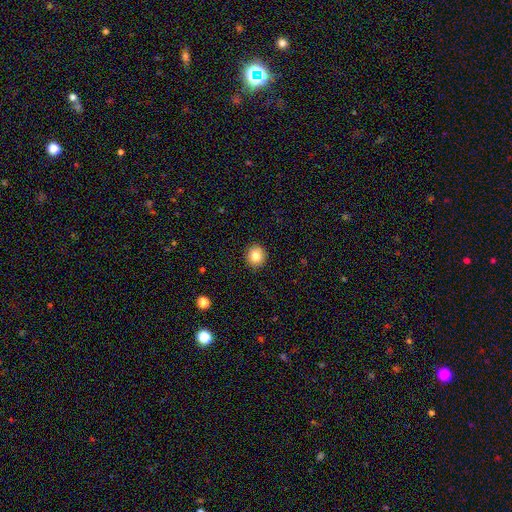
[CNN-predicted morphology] The model was most divided on "smooth or featured": smooth: 81%, star or artifact: 10%, featured or disk: 9%. More confident: merging — none (91%); how rounded — round (89%).